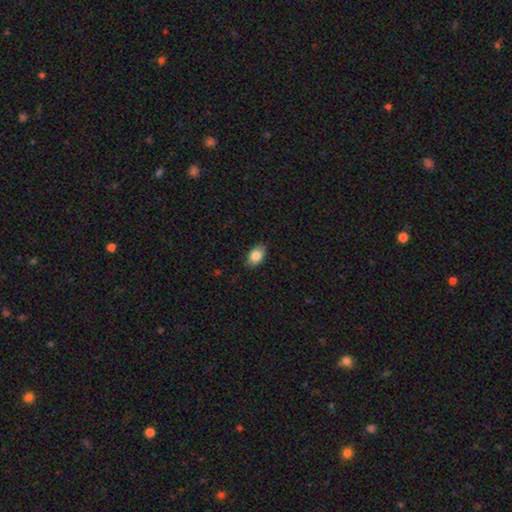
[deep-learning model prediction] Q: Smooth or featured?
A: smooth (83%); runner-up: featured or disk (9%)
Q: How rounded?
A: in between (87%); runner-up: round (11%)
Q: Merging?
A: none (84%); runner-up: minor disturbance (13%)